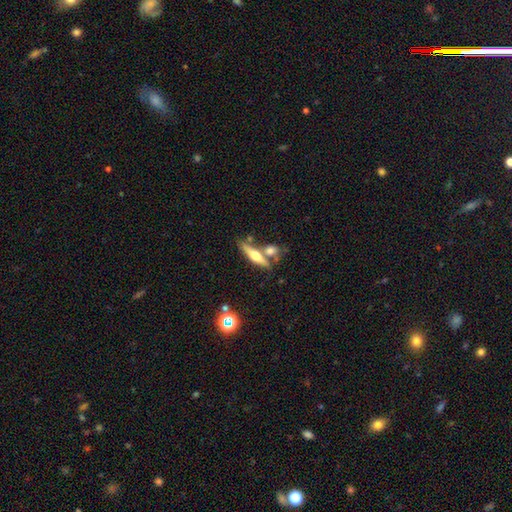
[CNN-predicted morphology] This is possibly a featured or disk galaxy (57%). It is clearly viewed edge-on (92%). Edge-on bulge: clearly rounded (93%). Merging: likely none (63%).